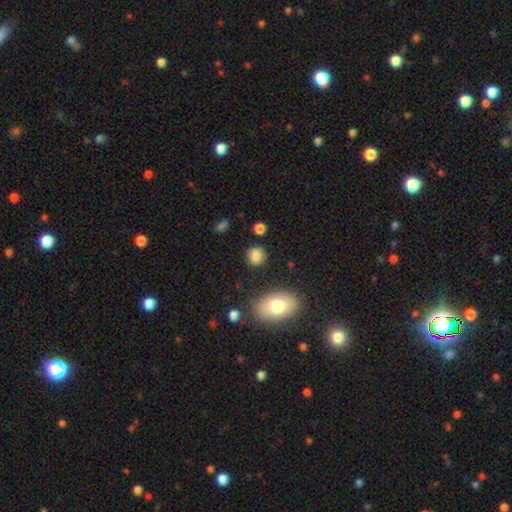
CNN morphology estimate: Smooth or featured? Predicted: smooth (p=0.84). How rounded? Predicted: round (p=0.77). Merging? Predicted: none (p=0.83).